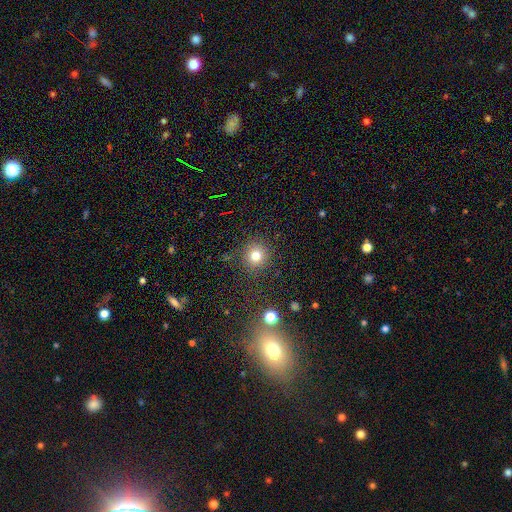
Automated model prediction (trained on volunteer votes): This appears to be a smooth galaxy with no disk features (77%) that is round (93%). Merging: none (88%).